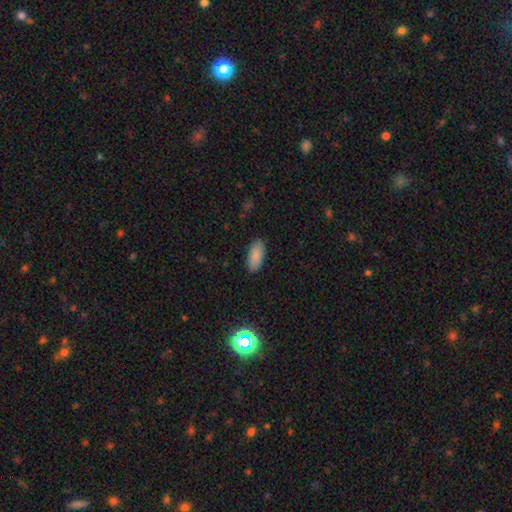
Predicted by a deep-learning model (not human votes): Q: Smooth or featured?
A: smooth (88%); runner-up: star or artifact (7%)
Q: How rounded?
A: in between (89%); runner-up: cigar-shaped (9%)
Q: Merging?
A: none (88%); runner-up: minor disturbance (9%)